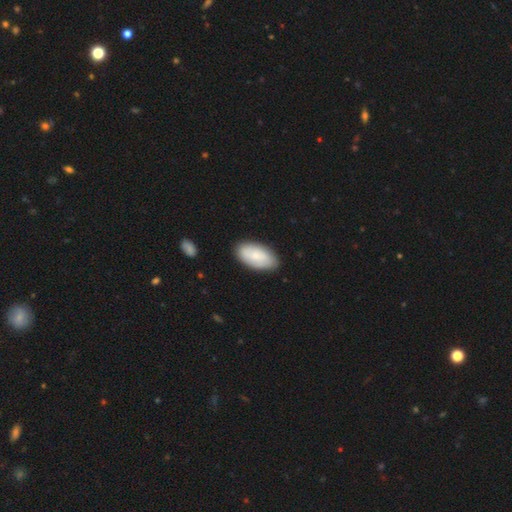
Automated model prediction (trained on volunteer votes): A smooth galaxy with no disk features (75%) that is in between round and cigar-shaped (95%).

Vote fractions:
- Smooth or featured? smooth: 75% / featured or disk: 19% / star or artifact: 6%
- How rounded? in between: 95% / cigar-shaped: 3% / round: 2%
- Merging? none: 83% / minor disturbance: 13% / major disturbance: 3% / merger: 2%